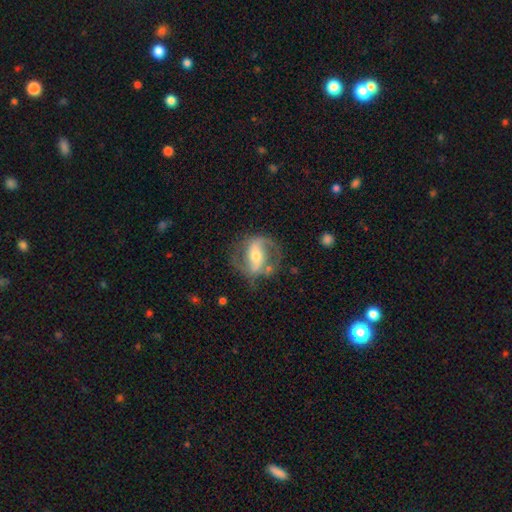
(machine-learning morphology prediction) A featured or disk galaxy (83%) with a strong bar (50%), 2 (88%) medium (47%) spiral arms (92%) and a moderate central bulge (55%). Merging: none (71%).